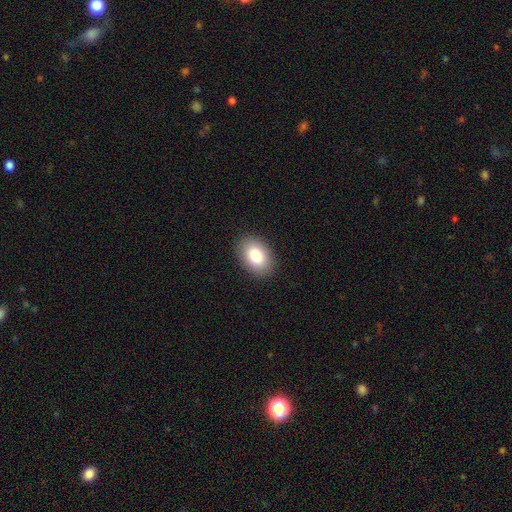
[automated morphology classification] Overall: smooth (82%). How rounded: in between (84%). Merging: none (89%).